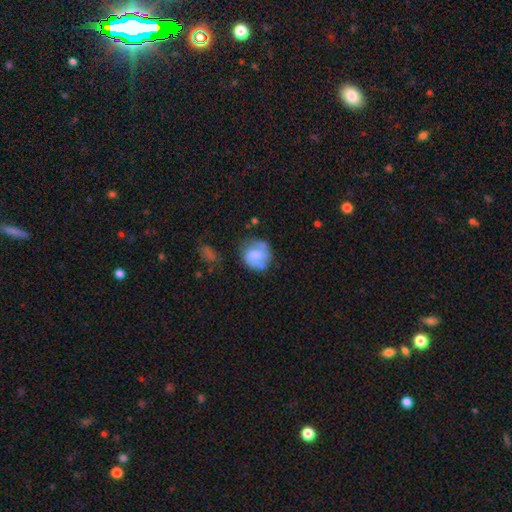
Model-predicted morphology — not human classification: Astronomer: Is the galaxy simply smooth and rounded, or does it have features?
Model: smooth — 62%.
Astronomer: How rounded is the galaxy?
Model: round — 84%.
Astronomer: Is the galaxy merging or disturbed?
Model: none — 55%.